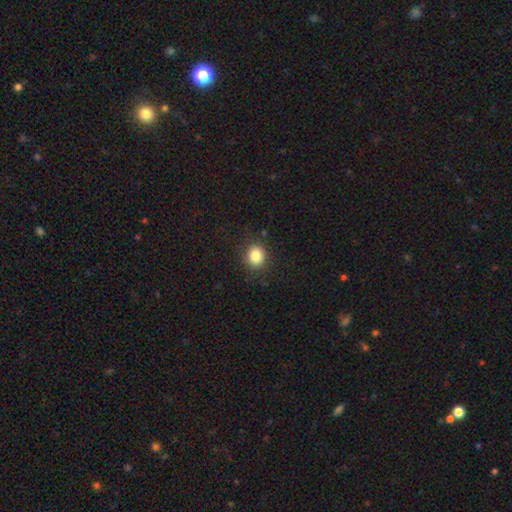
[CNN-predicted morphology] Overall: smooth (84%). How rounded: round (75%). Merging: none (87%).